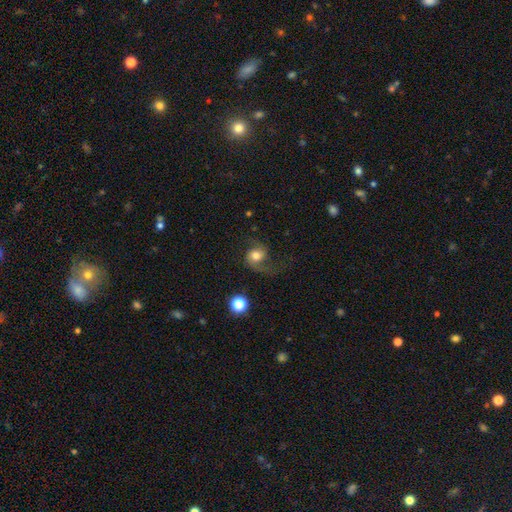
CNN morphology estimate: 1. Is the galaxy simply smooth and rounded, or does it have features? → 59% featured or disk, 31% smooth, 10% star or artifact.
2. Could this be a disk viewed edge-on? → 97% no, 3% yes.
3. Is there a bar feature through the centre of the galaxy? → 65% no, 28% weak, 7% strong.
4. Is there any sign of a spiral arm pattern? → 91% yes, 9% no.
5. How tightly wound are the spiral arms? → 69% loose, 26% medium, 5% tight.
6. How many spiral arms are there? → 69% 2, 26% 1, 3% can't tell, 1% 3, 1% 4, 1% more than 4.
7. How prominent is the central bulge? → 60% moderate, 21% large, 12% small, 5% dominant, 2% none.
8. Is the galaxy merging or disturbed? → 51% none, 28% major disturbance, 18% minor disturbance, 3% merger.